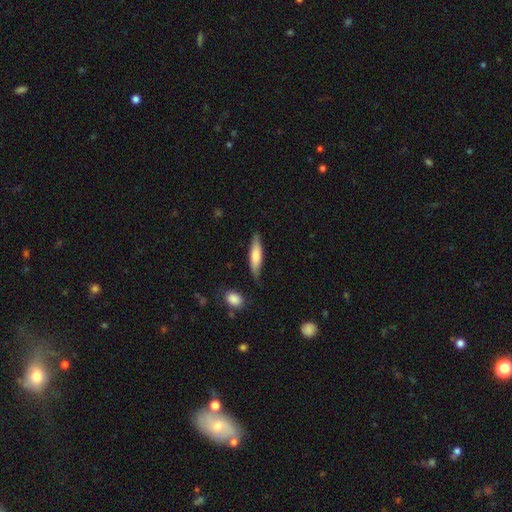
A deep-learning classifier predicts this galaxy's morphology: The model was most divided on "how rounded": cigar-shaped: 69%, in between: 29%, round: 2%. More confident: merging — none (74%); smooth or featured — smooth (70%).